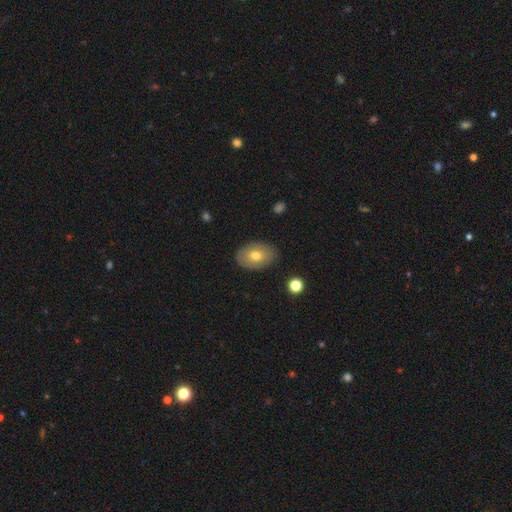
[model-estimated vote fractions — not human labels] smooth 70%, featured or disk 22%, star or artifact 8%. Down the decision tree: how rounded — in between (86%); merging — none (85%).